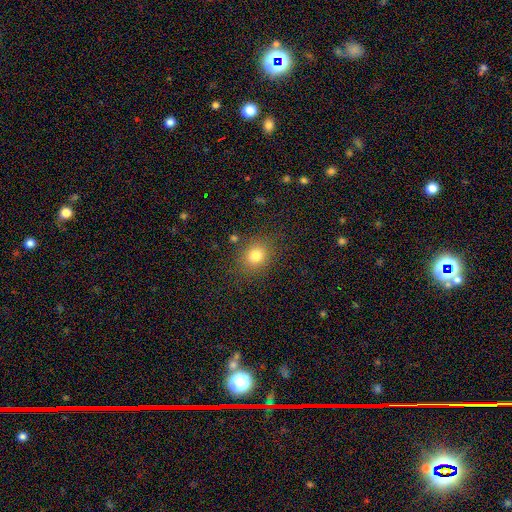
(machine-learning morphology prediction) This is likely a smooth galaxy (79%). How rounded: likely round (64%). Merging: clearly none (83%).